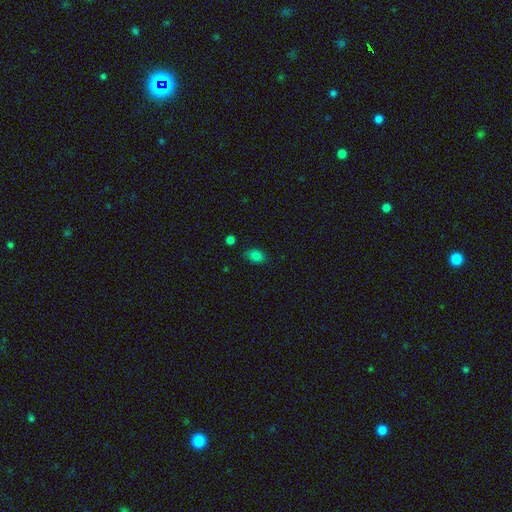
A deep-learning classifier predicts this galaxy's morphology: Smooth or featured?
  - smooth: 81% *
  - star or artifact: 14%
  - featured or disk: 5%
How rounded?
  - in between: 75% *
  - round: 23%
  - cigar-shaped: 1%
Merging?
  - none: 81% *
  - minor disturbance: 14%
  - major disturbance: 3%
  - merger: 2%